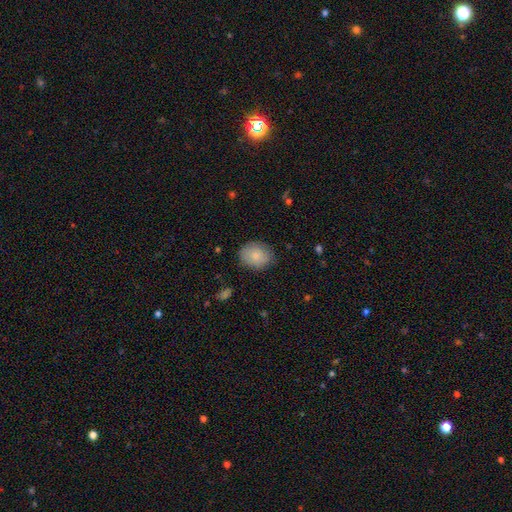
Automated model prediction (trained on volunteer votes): smooth_or_featured: smooth (p=0.82) [alt: featured or disk p=0.11]
how_rounded: in between (p=0.50) [alt: round p=0.49]
merging: none (p=0.80) [alt: minor disturbance p=0.15]